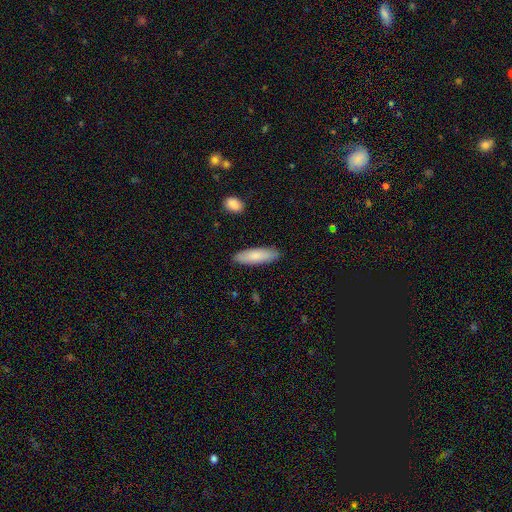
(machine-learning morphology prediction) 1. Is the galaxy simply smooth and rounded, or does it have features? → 81% smooth, 13% featured or disk, 5% star or artifact.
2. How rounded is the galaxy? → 51% cigar-shaped, 47% in between, 2% round.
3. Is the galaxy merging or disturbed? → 88% none, 9% minor disturbance, 2% major disturbance, 1% merger.